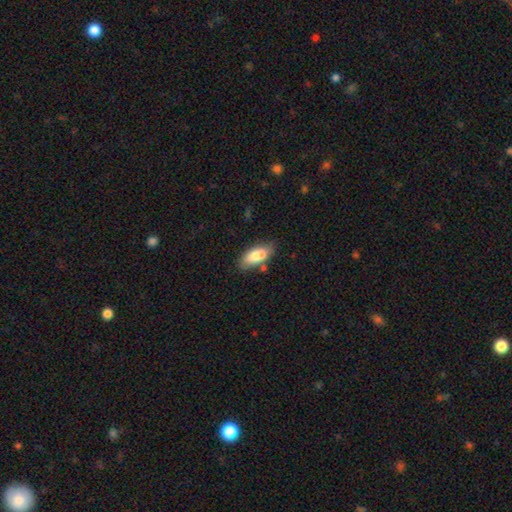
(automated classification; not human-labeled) A smooth galaxy with no disk features (76%) that is in between round and cigar-shaped (81%). Merging: none (67%).